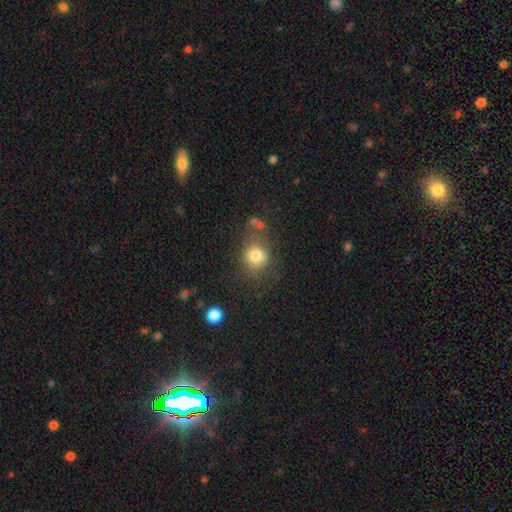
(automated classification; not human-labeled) Overall: smooth (79%). How rounded: round (78%). Merging: none (63%).